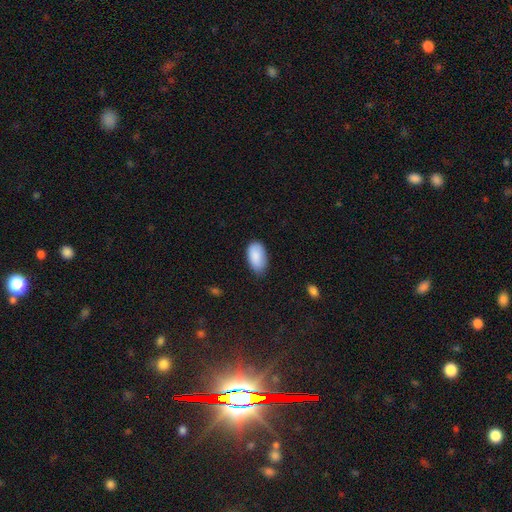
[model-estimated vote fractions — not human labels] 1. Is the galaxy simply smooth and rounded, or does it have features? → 88% smooth, 7% star or artifact, 5% featured or disk.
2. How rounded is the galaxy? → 95% in between, 3% round, 2% cigar-shaped.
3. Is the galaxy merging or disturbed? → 71% none, 24% minor disturbance, 4% major disturbance, 1% merger.